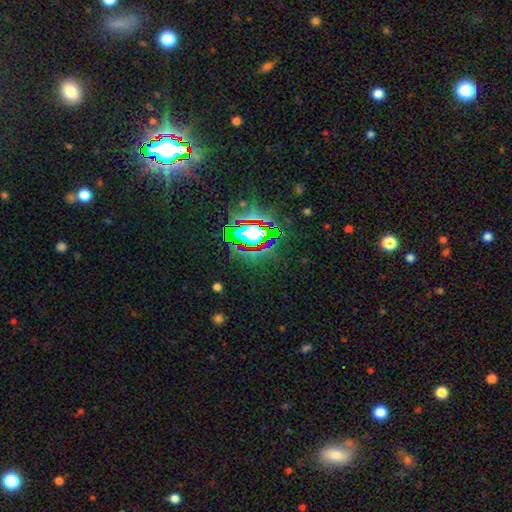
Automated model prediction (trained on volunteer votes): Smooth or featured?
  - star or artifact: 82% *
  - smooth: 10%
  - featured or disk: 8%